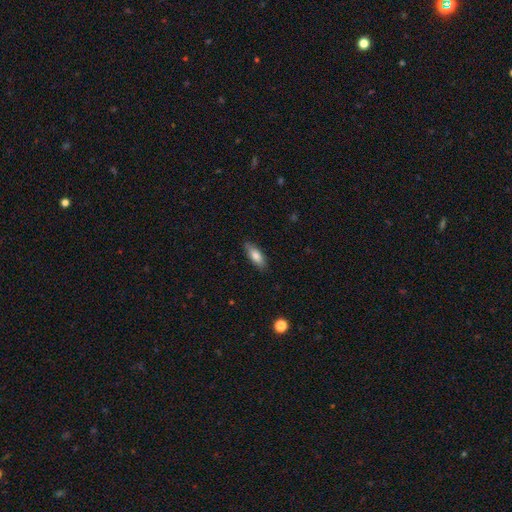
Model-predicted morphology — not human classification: smooth-or-featured: smooth: 78% | featured or disk: 15% | star or artifact: 6%
  how-rounded: in between: 71% | cigar-shaped: 26% | round: 2%
  merging: none: 85% | minor disturbance: 12% | major disturbance: 2% | merger: 1%